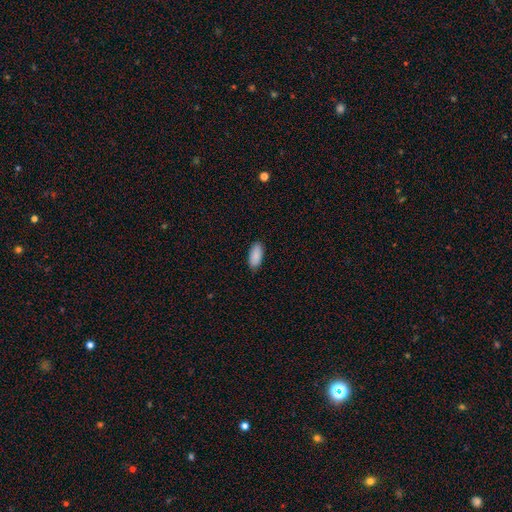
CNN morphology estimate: Smooth or featured?
  - smooth: 90% *
  - star or artifact: 6%
  - featured or disk: 4%
How rounded?
  - in between: 91% *
  - cigar-shaped: 7%
  - round: 2%
Merging?
  - none: 86% *
  - minor disturbance: 11%
  - major disturbance: 2%
  - merger: 1%